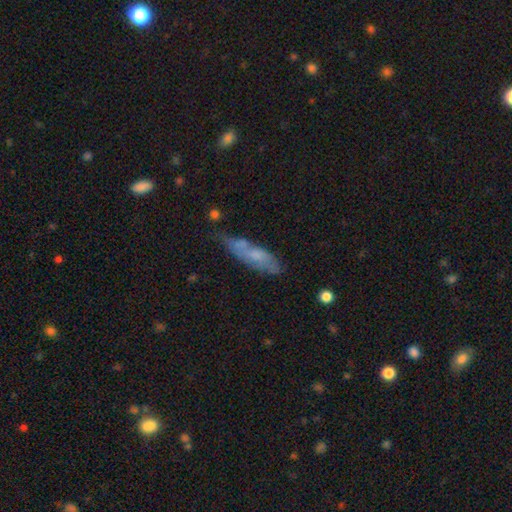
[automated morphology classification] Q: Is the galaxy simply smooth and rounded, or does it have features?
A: smooth — 54%.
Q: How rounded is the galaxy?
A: cigar-shaped — 54%.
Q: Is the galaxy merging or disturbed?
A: none — 46%.